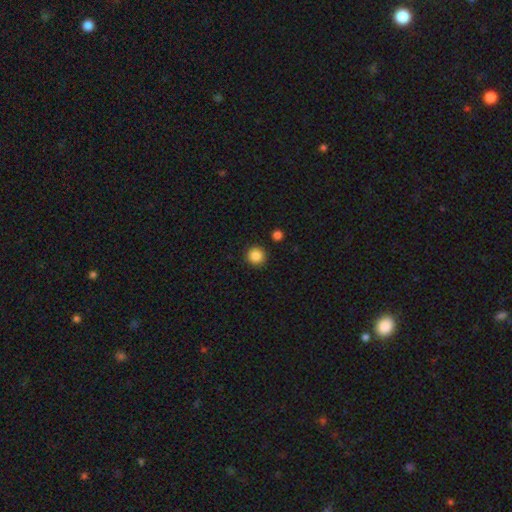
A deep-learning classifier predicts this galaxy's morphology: Overall: smooth (86%). How rounded: round (95%). Merging: none (92%).